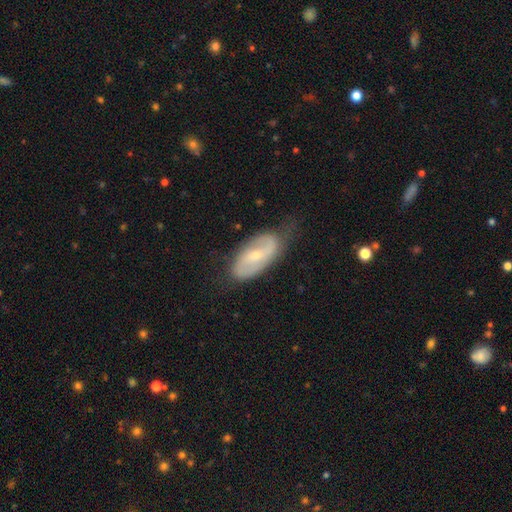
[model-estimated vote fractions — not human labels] Overall: featured or disk (71%). Edge-on disk: no (92%). Bar: weak (41%; no 30%). Spiral arms: yes (80%). Spiral arm count: 2 (81%). Spiral winding: medium (39%; loose 37%). Bulge size: small (62%; moderate 35%). Merging: none (65%).